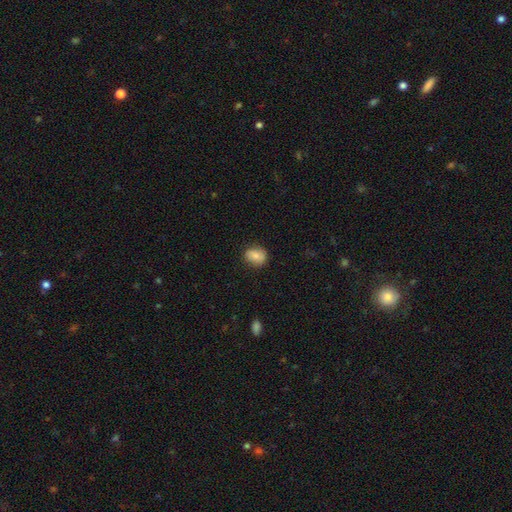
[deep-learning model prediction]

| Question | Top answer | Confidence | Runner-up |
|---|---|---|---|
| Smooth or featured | smooth | 79% | featured or disk (13%) |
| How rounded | in between | 51% | round (48%) |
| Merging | none | 80% | minor disturbance (15%) |